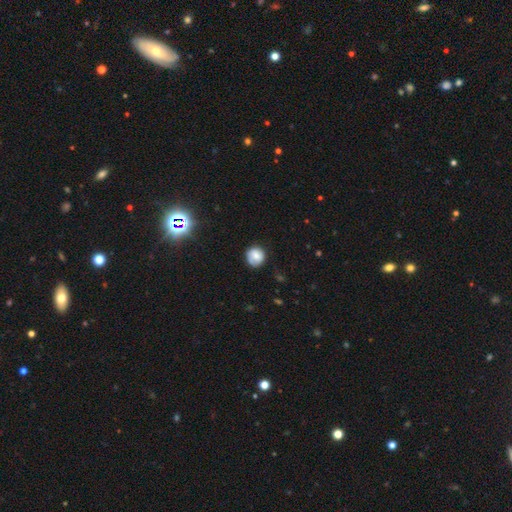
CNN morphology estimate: Smooth or featured: smooth — 69% (featured or disk — 21%)
How rounded: round — 86% (in between — 13%)
Merging: none — 73% (minor disturbance — 20%)